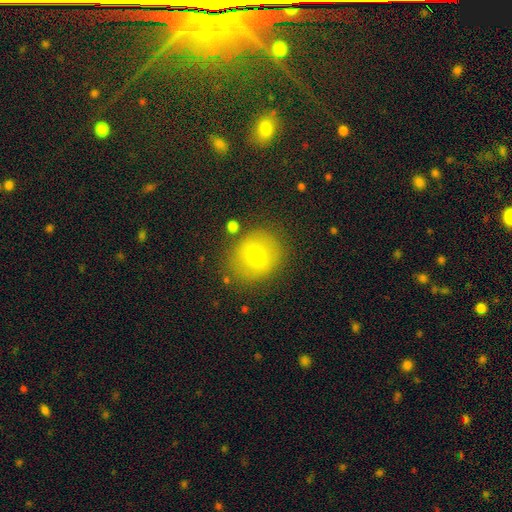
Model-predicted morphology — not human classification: smooth_or_featured: smooth (p=0.61) [alt: featured or disk p=0.28]
how_rounded: round (p=0.75) [alt: in between p=0.24]
merging: none (p=0.80) [alt: minor disturbance p=0.12]